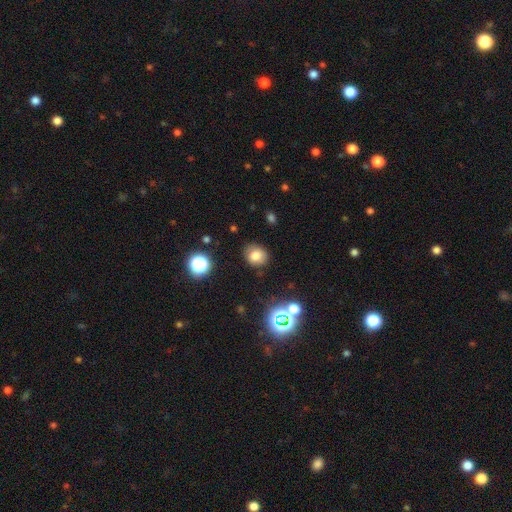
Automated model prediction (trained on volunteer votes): The model was most divided on "how rounded": round: 67%, in between: 32%, cigar-shaped: 1%. More confident: merging — none (81%); smooth or featured — smooth (77%).